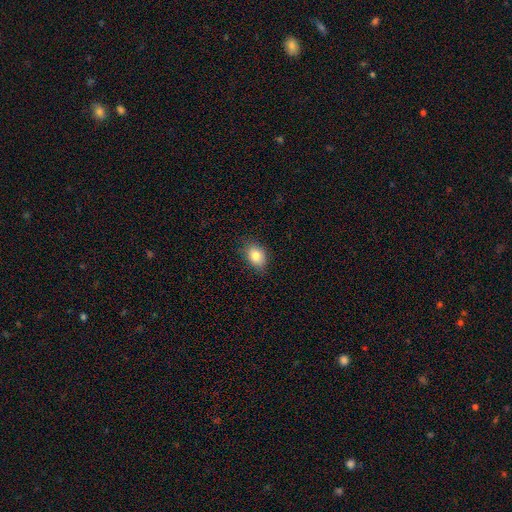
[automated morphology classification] type=smooth (85%); roundness=in between (75%); merging=none (81%).